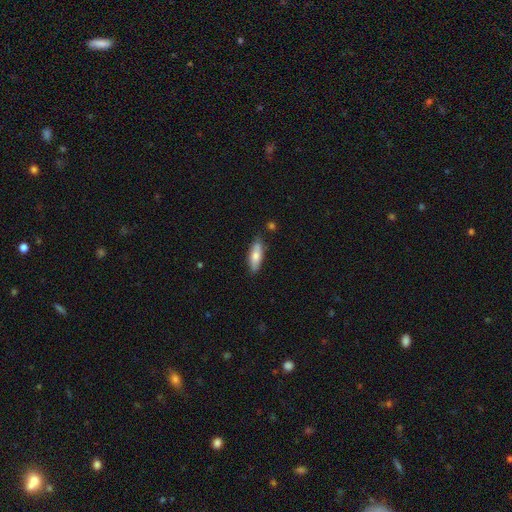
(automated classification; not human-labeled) Overall: smooth (70%). How rounded: in between (58%; cigar-shaped 40%). Merging: none (82%).